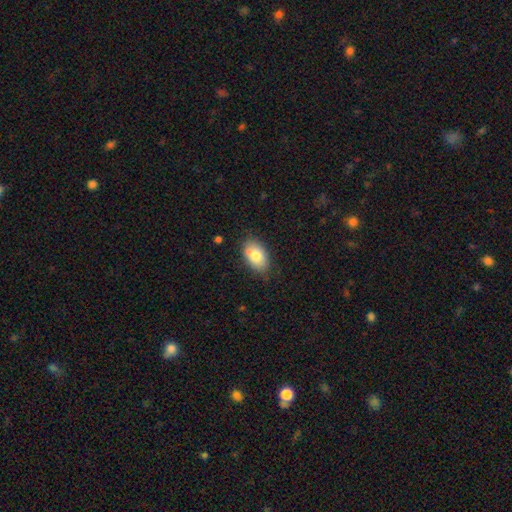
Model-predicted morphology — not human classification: This appears to be a smooth galaxy with no disk features (75%) that is in between round and cigar-shaped (89%). Merging: none (69%).